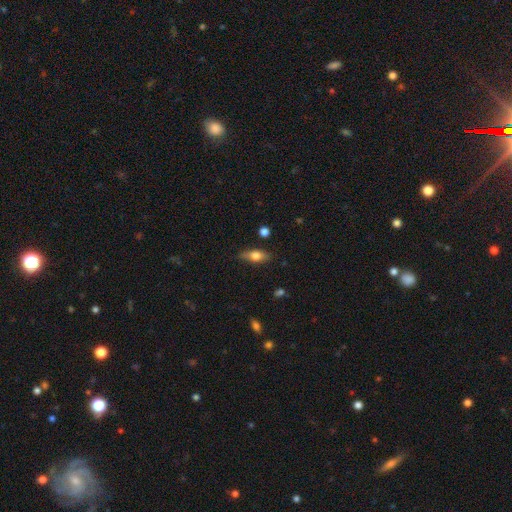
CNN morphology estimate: Smooth or featured: smooth — 66% (featured or disk — 27%)
How rounded: in between — 69% (cigar-shaped — 27%)
Merging: none — 81% (minor disturbance — 15%)